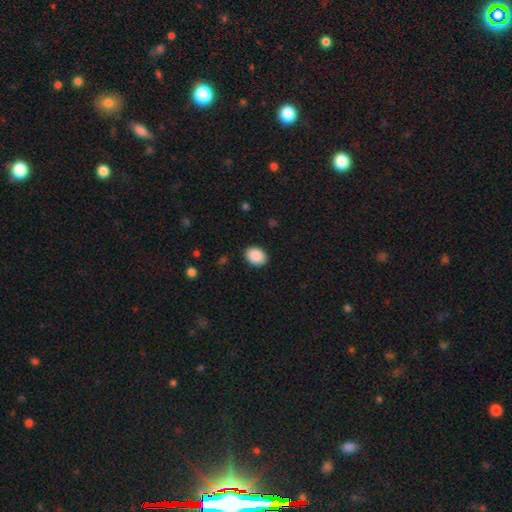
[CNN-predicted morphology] The model was most divided on "how rounded": in between: 66%, round: 33%, cigar-shaped: 1%. More confident: smooth or featured — smooth (90%); merging — none (89%).